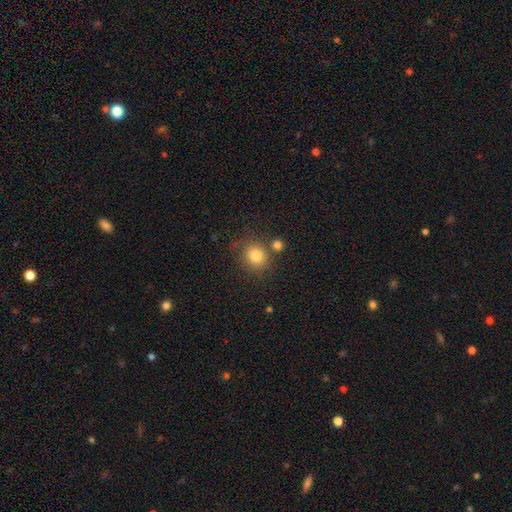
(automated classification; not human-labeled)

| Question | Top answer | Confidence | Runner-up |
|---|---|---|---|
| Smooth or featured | smooth | 80% | star or artifact (12%) |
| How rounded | round | 82% | in between (17%) |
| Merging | none | 71% | merger (13%) |